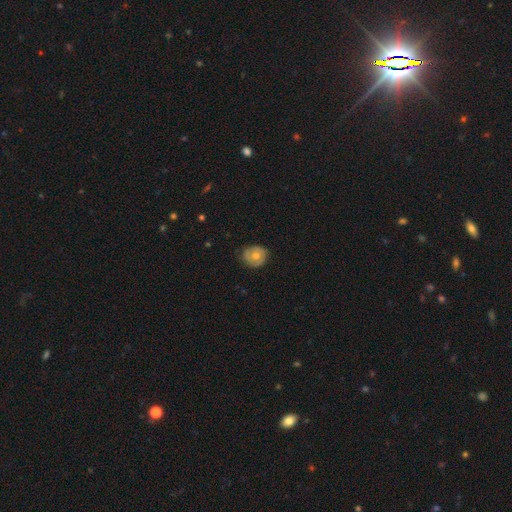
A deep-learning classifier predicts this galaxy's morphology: type=smooth (50%); roundness=round (80%); merging=none (77%).